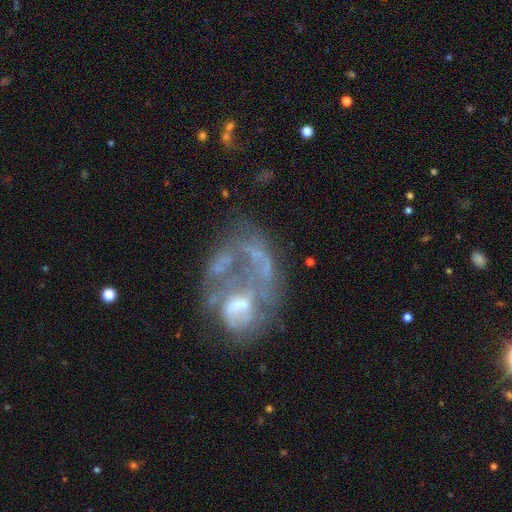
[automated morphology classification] This appears to be a featured or disk galaxy (72%) with no bar (68%), no spiral arms (58%) and a small central bulge (33%). Merging: major disturbance (46%).